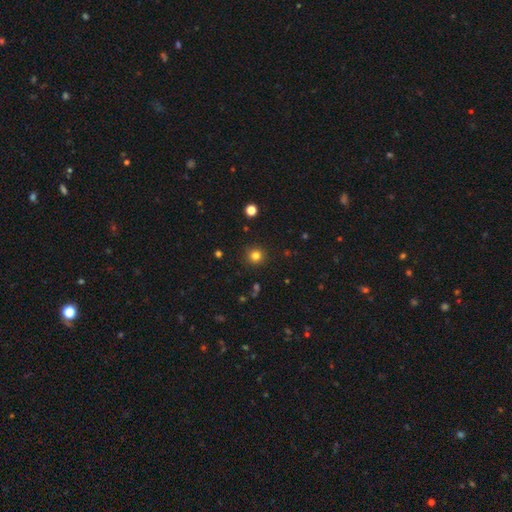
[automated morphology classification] smooth 81%, star or artifact 14%, featured or disk 5%. Down the decision tree: how rounded — round (94%); merging — none (90%).